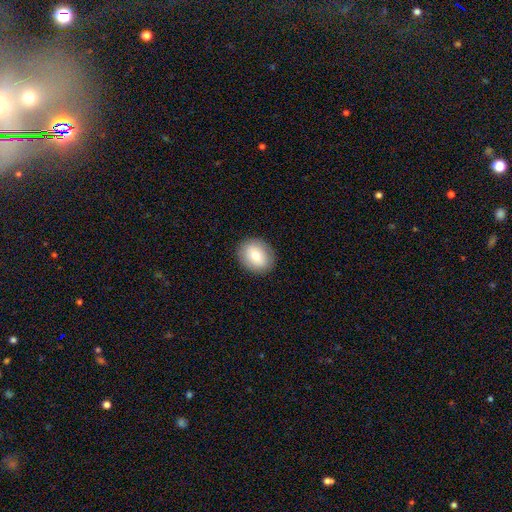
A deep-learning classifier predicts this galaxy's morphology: type=smooth (74%); roundness=round (58%); merging=none (88%).